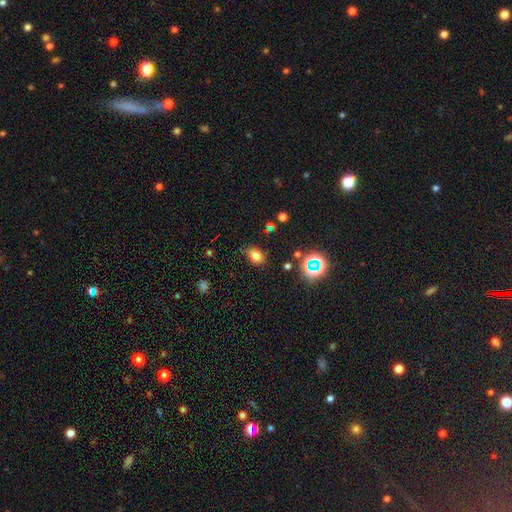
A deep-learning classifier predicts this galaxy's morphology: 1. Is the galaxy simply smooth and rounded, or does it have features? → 74% smooth, 18% star or artifact, 8% featured or disk.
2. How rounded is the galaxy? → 77% in between, 21% round, 1% cigar-shaped.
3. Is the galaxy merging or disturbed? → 80% none, 14% minor disturbance, 4% major disturbance, 3% merger.